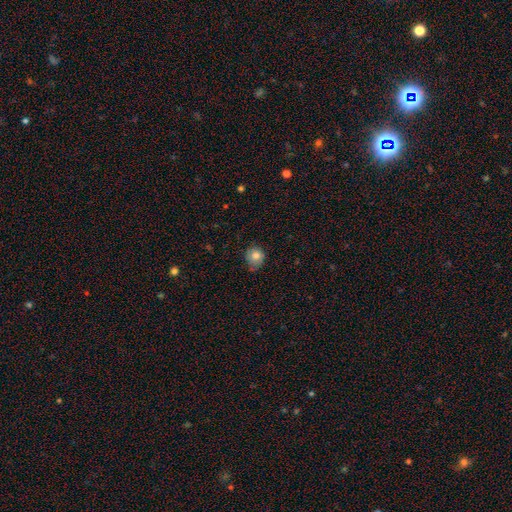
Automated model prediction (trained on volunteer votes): smooth_or_featured: smooth (p=0.80) [alt: featured or disk p=0.10]
how_rounded: round (p=0.71) [alt: in between p=0.28]
merging: none (p=0.61) [alt: minor disturbance p=0.30]